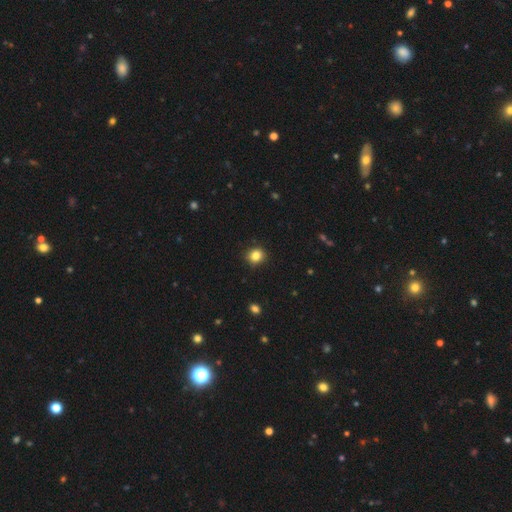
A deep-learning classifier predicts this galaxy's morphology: A smooth galaxy with no disk features (84%) that is round (77%). Merging: none (88%).